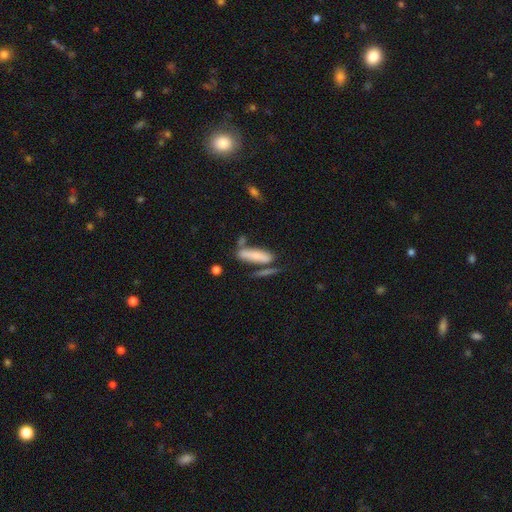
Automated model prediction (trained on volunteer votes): Morphology: type=smooth (72%); roundness=cigar-shaped (65%); merging=none (53%).